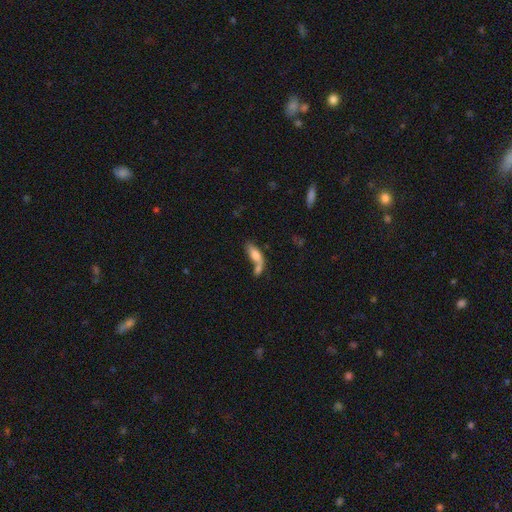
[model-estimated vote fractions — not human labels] The model was most divided on "merging": merger: 53%, none: 25%, minor disturbance: 12%, major disturbance: 10%. More confident: smooth or featured — smooth (72%); how rounded — in between (71%).